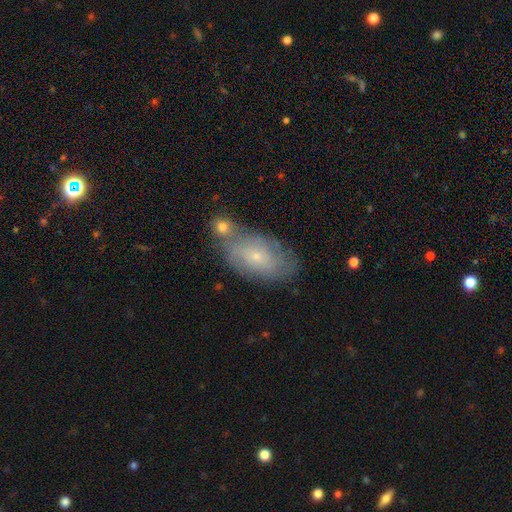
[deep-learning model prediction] Overall: smooth (47%; featured or disk 44%). Merging: none (53%; minor disturbance 21%).